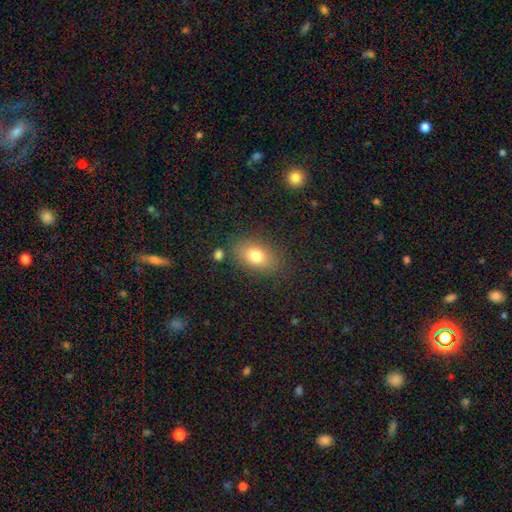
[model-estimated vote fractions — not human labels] This appears to be a smooth galaxy with no disk features (76%) that is in between round and cigar-shaped (82%). Merging: none (80%).